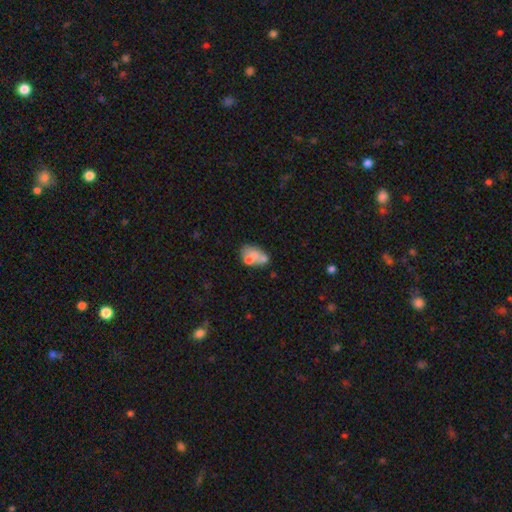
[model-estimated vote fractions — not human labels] Morphology: type=smooth (57%); roundness=in between (81%); merging=merger (38%).